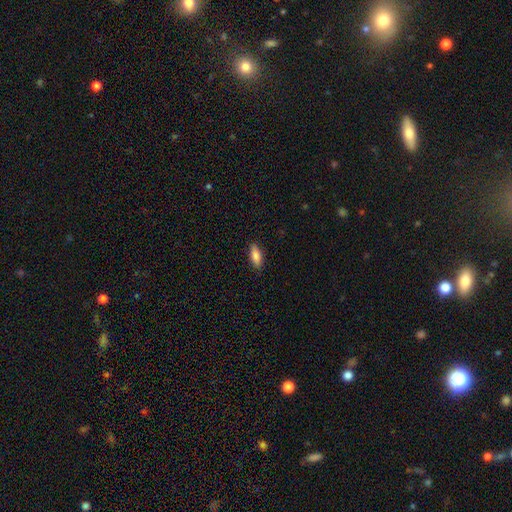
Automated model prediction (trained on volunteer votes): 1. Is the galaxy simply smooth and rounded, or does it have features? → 84% smooth, 10% featured or disk, 7% star or artifact.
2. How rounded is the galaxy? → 74% in between, 23% cigar-shaped, 2% round.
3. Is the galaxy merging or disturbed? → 88% none, 9% minor disturbance, 2% major disturbance, 1% merger.